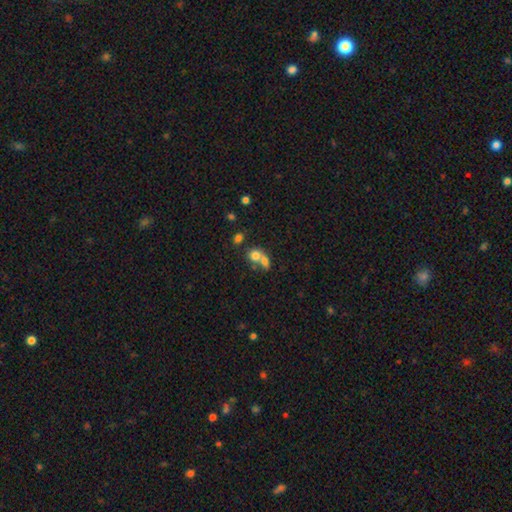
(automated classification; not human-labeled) Smooth or featured? smooth (74%)
How rounded? round (63%)
Merging? merger (66%)